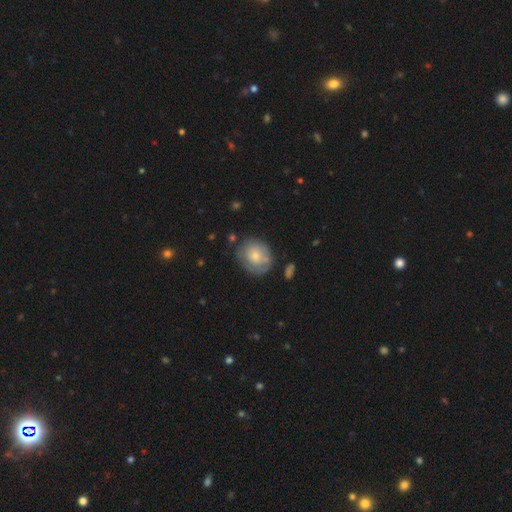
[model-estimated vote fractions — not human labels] smooth_or_featured: smooth (p=0.64) [alt: featured or disk p=0.29]
how_rounded: round (p=0.74) [alt: in between p=0.25]
merging: none (p=0.66) [alt: minor disturbance p=0.23]